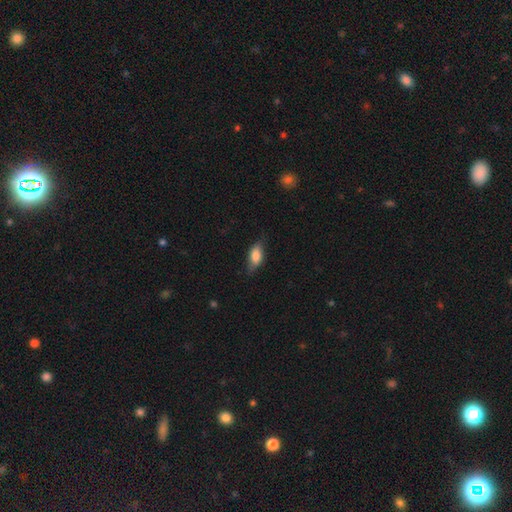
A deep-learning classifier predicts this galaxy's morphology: Smooth or featured? smooth (78%)
How rounded? in between (82%)
Merging? none (71%)